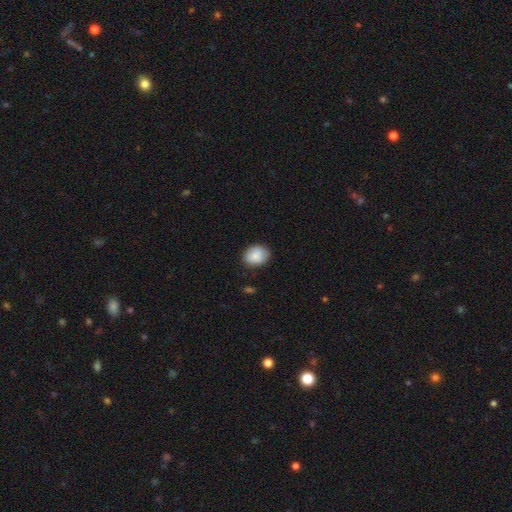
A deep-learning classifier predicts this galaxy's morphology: Smooth or featured: smooth — 86% (featured or disk — 8%)
How rounded: in between — 52% (round — 47%)
Merging: none — 81% (minor disturbance — 15%)